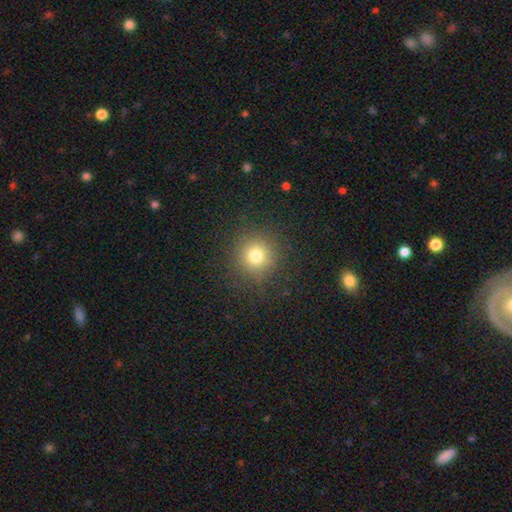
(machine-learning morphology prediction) This appears to be a smooth galaxy with no disk features (75%) that is round (94%). Merging: none (89%).